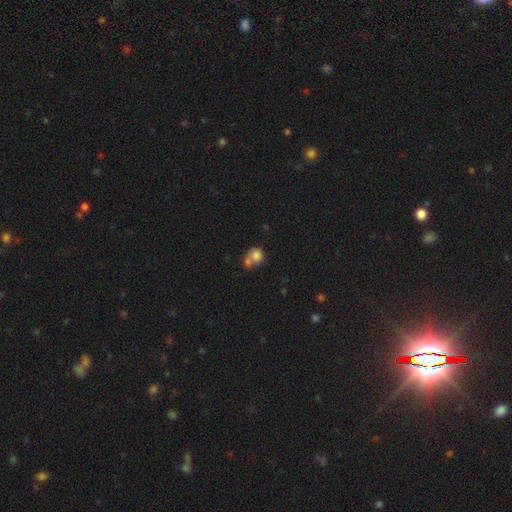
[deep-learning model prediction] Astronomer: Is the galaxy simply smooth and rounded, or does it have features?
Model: smooth — 79%.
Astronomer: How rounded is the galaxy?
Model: round — 77%.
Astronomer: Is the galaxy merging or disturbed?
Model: merger — 48% (runner-up: none, 33%).